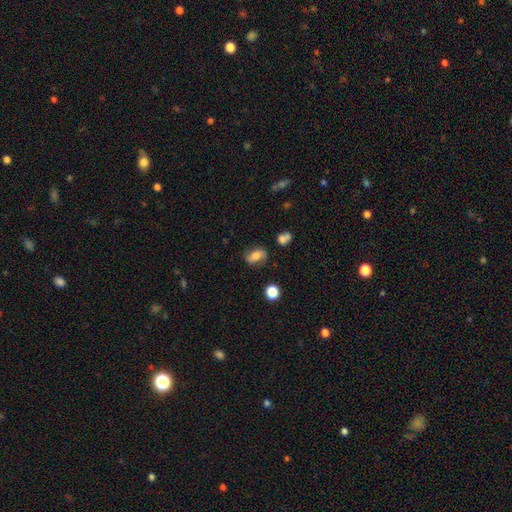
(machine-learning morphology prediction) smooth 64%, featured or disk 25%, star or artifact 11%. Down the decision tree: how rounded — in between (80%); merging — none (72%).